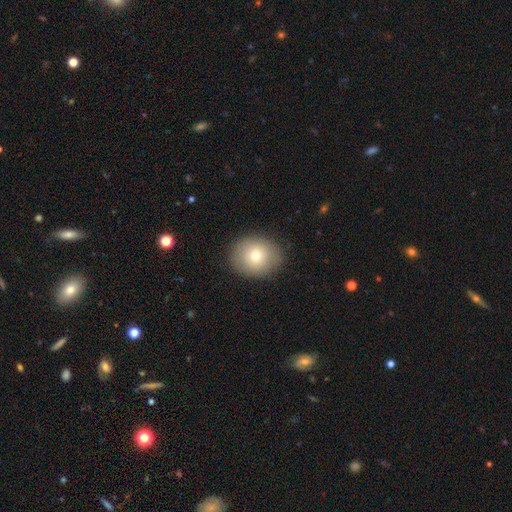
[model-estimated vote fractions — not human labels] Overall: smooth (75%). How rounded: round (71%). Merging: none (87%).